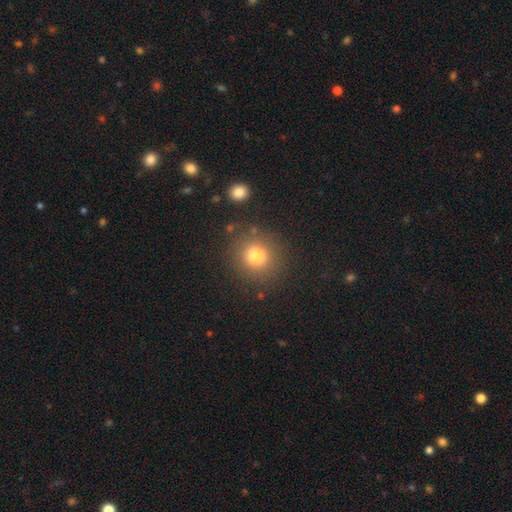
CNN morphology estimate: Smooth or featured: smooth — 77% (star or artifact — 14%)
How rounded: round — 87% (in between — 12%)
Merging: none — 84% (minor disturbance — 9%)